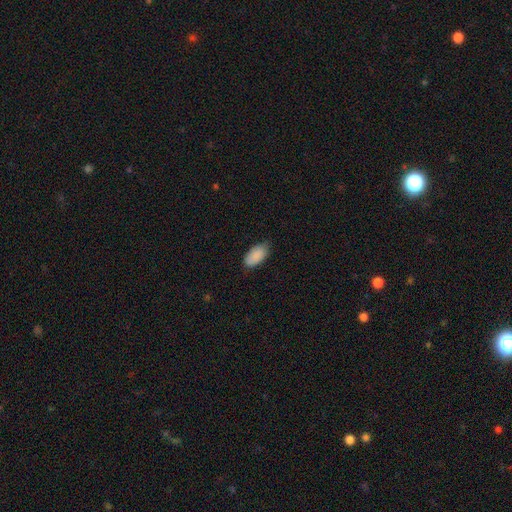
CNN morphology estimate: smooth_or_featured: smooth (p=0.90) [alt: star or artifact p=0.06]
how_rounded: in between (p=0.94) [alt: cigar-shaped p=0.04]
merging: none (p=0.74) [alt: minor disturbance p=0.22]